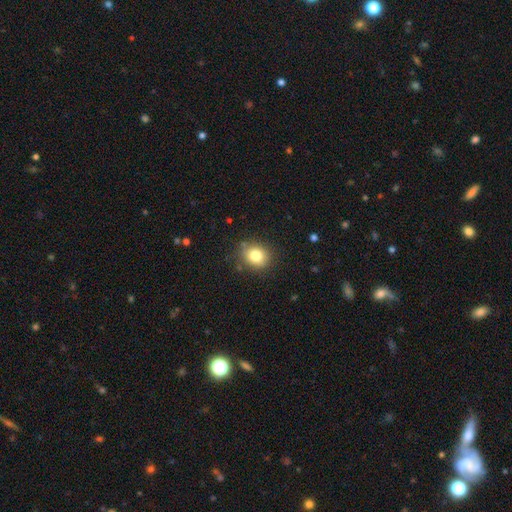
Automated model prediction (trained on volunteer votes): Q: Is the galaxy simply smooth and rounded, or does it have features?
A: smooth — 80%.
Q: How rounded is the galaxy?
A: round — 69%.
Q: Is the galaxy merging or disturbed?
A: none — 83%.